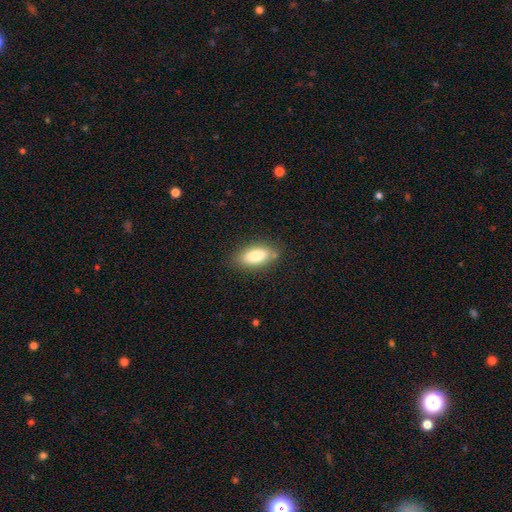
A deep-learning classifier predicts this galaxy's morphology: smooth_or_featured: smooth (p=0.79) [alt: featured or disk p=0.14]
how_rounded: in between (p=0.85) [alt: cigar-shaped p=0.12]
merging: none (p=0.79) [alt: minor disturbance p=0.14]